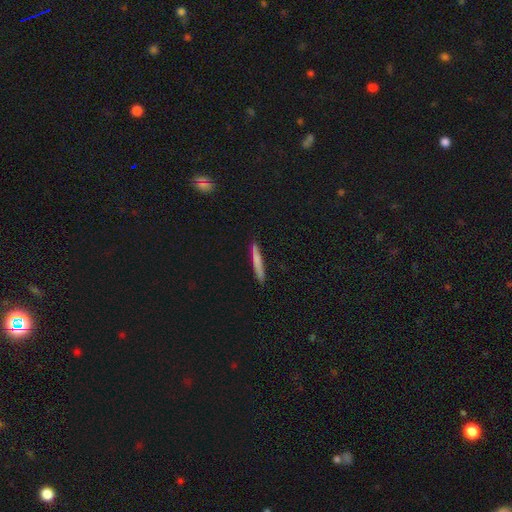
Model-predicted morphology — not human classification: The model was most divided on "smooth or featured": smooth: 65%, featured or disk: 28%, star or artifact: 7%. More confident: how rounded — cigar-shaped (96%); merging — none (90%).